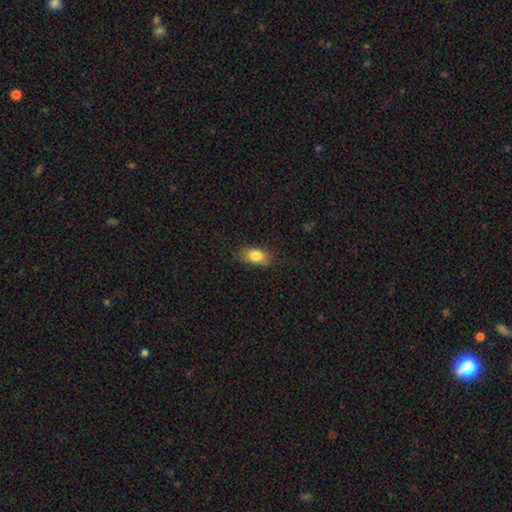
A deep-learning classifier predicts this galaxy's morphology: smooth_or_featured: smooth (p=0.82) [alt: featured or disk p=0.10]
how_rounded: in between (p=0.87) [alt: round p=0.09]
merging: none (p=0.81) [alt: minor disturbance p=0.14]